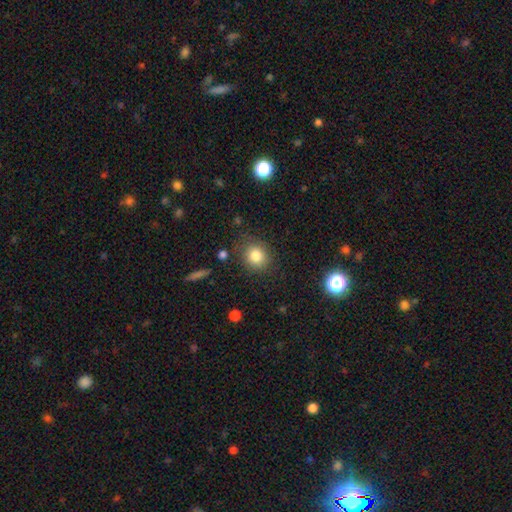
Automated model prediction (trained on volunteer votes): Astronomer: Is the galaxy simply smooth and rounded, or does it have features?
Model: smooth — 82%.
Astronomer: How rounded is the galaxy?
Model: round — 83%.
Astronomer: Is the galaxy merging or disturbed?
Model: none — 83%.